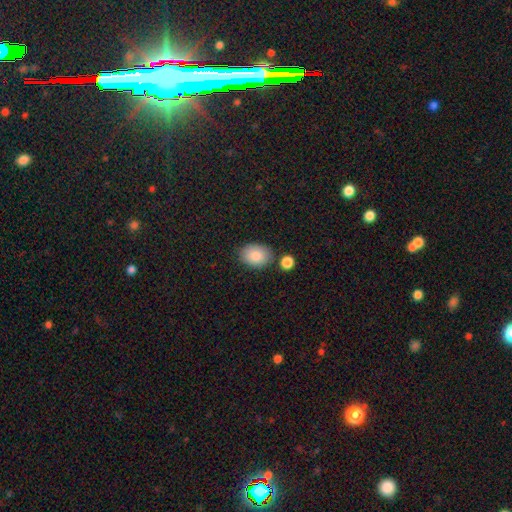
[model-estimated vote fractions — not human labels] smooth-or-featured: smooth: 86% | star or artifact: 7% | featured or disk: 7%
  how-rounded: in between: 76% | round: 23% | cigar-shaped: 1%
  merging: none: 77% | minor disturbance: 13% | merger: 7% | major disturbance: 3%